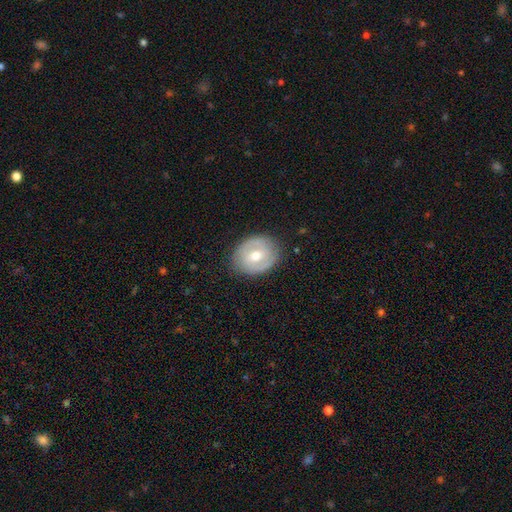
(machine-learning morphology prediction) Smooth or featured? Predicted: featured or disk (p=0.62). Edge-on disk? Predicted: no (p=0.96). Bar? Predicted: weak (p=0.45). Spiral arms? Predicted: yes (p=0.68). Bulge size? Predicted: moderate (p=0.70). Merging? Predicted: none (p=0.82).